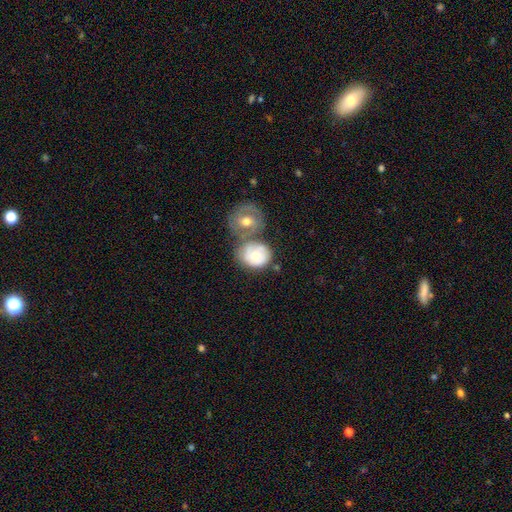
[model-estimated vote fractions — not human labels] This is possibly a smooth galaxy (54%). How rounded: likely round (70%). Merging: possibly merger (47%).